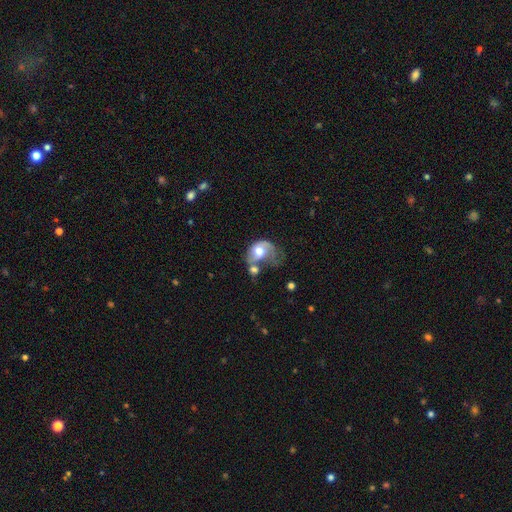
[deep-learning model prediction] Smooth or featured?
  - featured or disk: 47% *
  - smooth: 41%
  - star or artifact: 11%
Merging?
  - major disturbance: 33% *
  - merger: 32%
  - none: 19%
  - minor disturbance: 16%